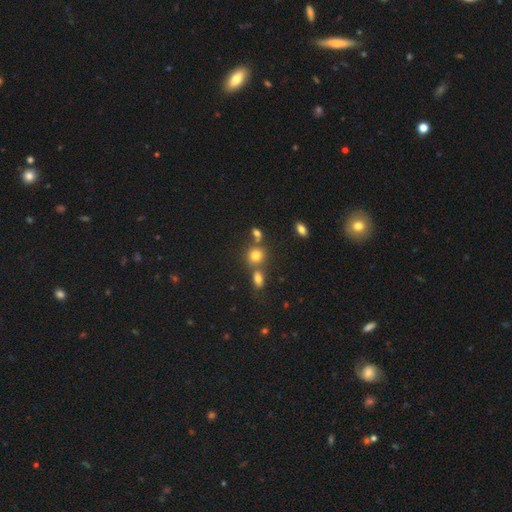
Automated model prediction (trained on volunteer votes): smooth_or_featured: smooth (p=0.75) [alt: star or artifact p=0.15]
how_rounded: round (p=0.78) [alt: in between p=0.21]
merging: none (p=0.57) [alt: merger p=0.28]